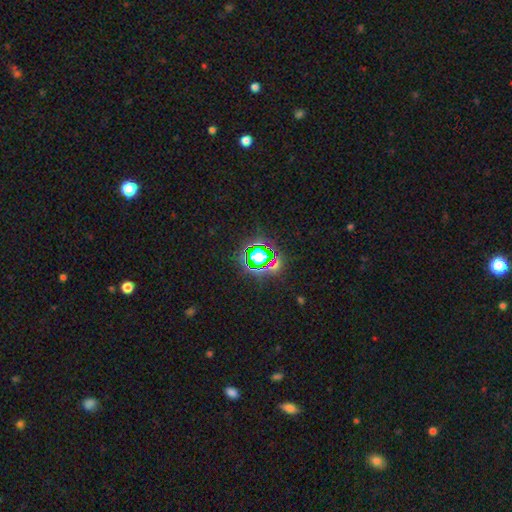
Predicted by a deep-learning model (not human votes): Overall: star or artifact (72%).